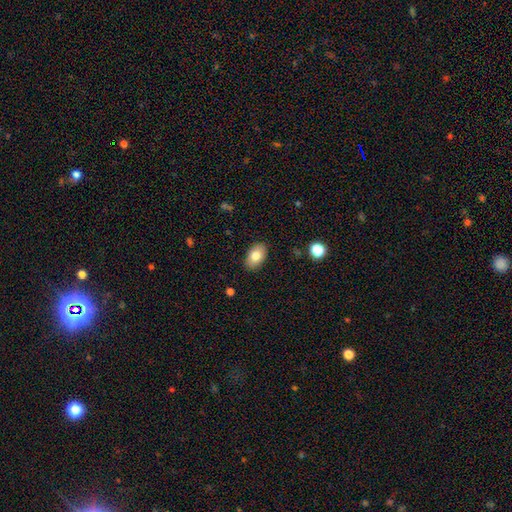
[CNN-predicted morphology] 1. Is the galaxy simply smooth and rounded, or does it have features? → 79% smooth, 13% featured or disk, 8% star or artifact.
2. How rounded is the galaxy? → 90% in between, 9% round, 1% cigar-shaped.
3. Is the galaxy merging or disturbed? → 87% none, 10% minor disturbance, 2% major disturbance, 1% merger.